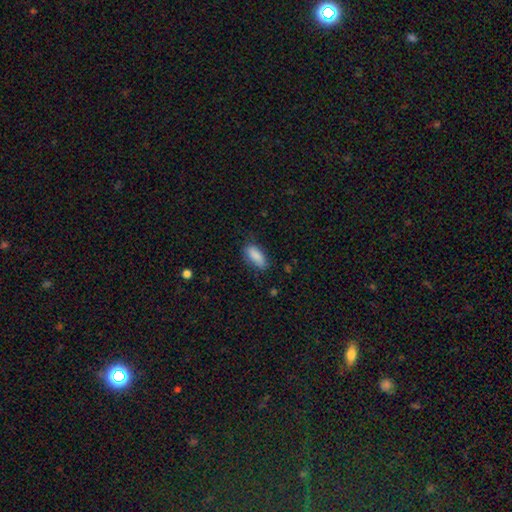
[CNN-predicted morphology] Overall: smooth (87%). How rounded: in between (82%). Merging: none (76%).